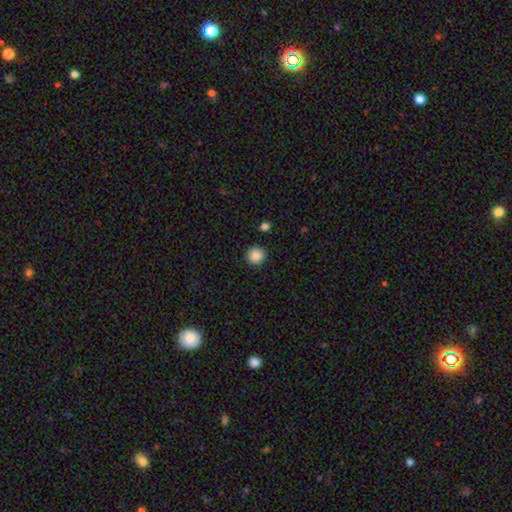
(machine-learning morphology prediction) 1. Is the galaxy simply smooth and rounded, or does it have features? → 88% smooth, 9% star or artifact, 3% featured or disk.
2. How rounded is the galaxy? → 94% round, 5% in between, 1% cigar-shaped.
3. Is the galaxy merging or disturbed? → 92% none, 5% minor disturbance, 2% major disturbance, 1% merger.